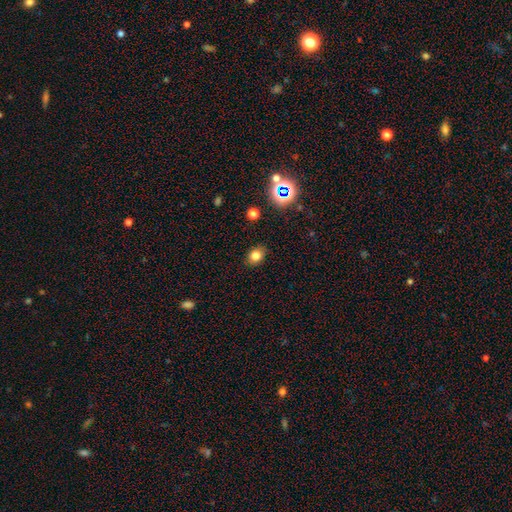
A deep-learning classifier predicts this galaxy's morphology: Smooth or featured?
  - smooth: 78% *
  - star or artifact: 15%
  - featured or disk: 8%
How rounded?
  - in between: 57% *
  - round: 42%
  - cigar-shaped: 1%
Merging?
  - none: 86% *
  - minor disturbance: 10%
  - major disturbance: 3%
  - merger: 1%